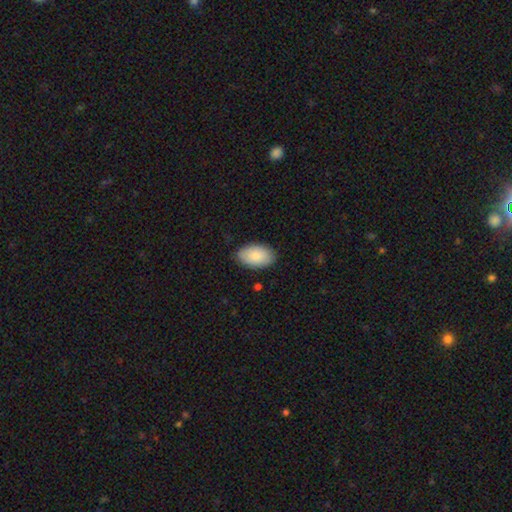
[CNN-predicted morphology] smooth_or_featured: smooth (p=0.84) [alt: featured or disk p=0.10]
how_rounded: in between (p=0.94) [alt: round p=0.05]
merging: none (p=0.84) [alt: minor disturbance p=0.13]